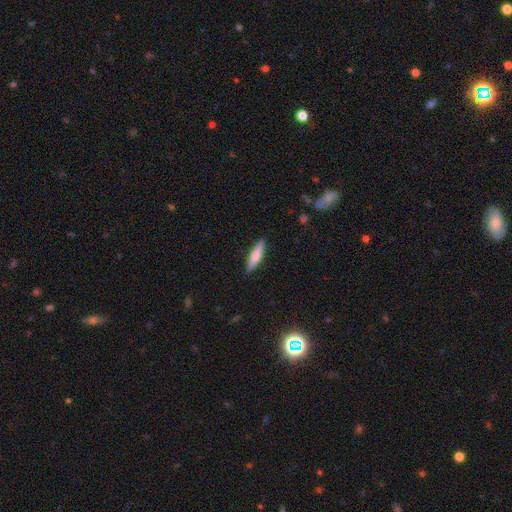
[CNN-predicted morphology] type=smooth (74%); roundness=cigar-shaped (78%); merging=none (89%).